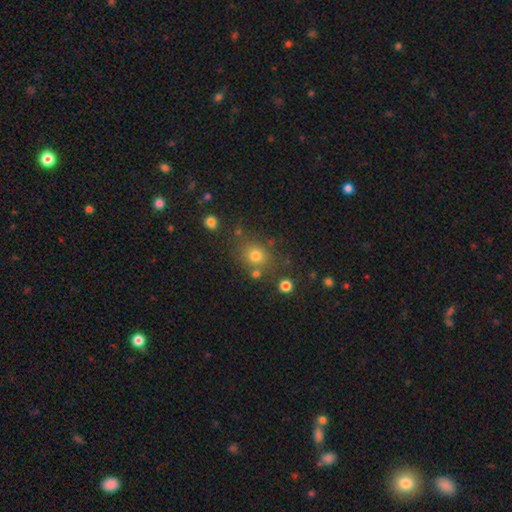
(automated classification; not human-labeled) smooth-or-featured: smooth: 75% | star or artifact: 16% | featured or disk: 10%
  how-rounded: round: 72% | in between: 27% | cigar-shaped: 1%
  merging: none: 71% | minor disturbance: 13% | merger: 11% | major disturbance: 5%